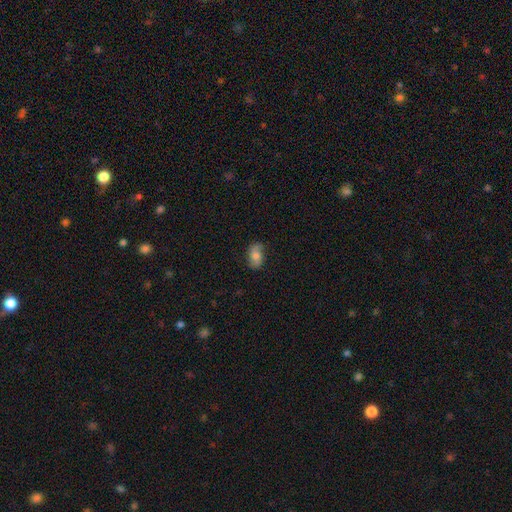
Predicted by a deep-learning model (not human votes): Smooth or featured? Predicted: smooth (p=0.59). How rounded? Predicted: in between (p=0.85). Merging? Predicted: none (p=0.74).